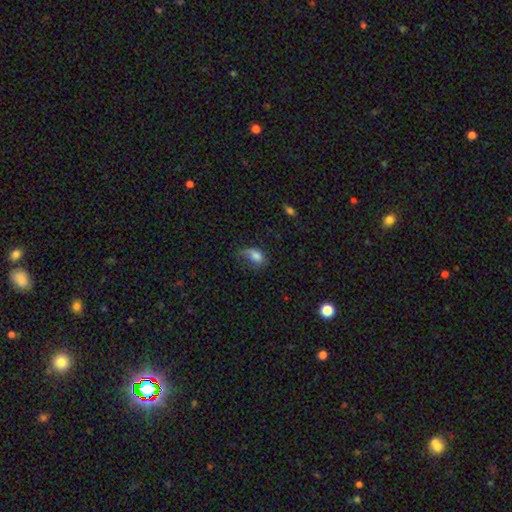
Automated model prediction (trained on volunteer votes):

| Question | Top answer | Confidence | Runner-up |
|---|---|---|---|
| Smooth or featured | smooth | 73% | featured or disk (17%) |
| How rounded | in between | 85% | round (13%) |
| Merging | major disturbance | 36% | minor disturbance (31%) |